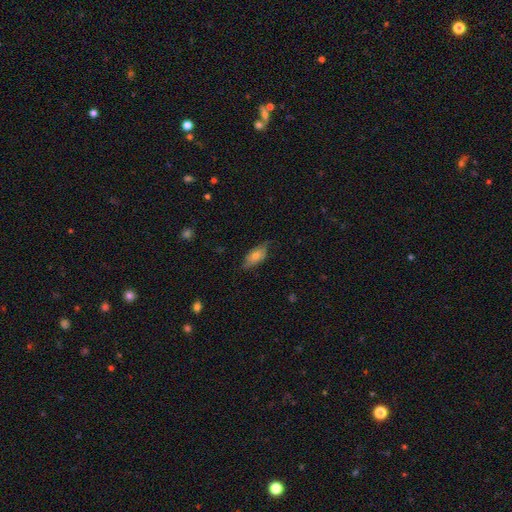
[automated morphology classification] Smooth or featured? smooth (62%)
How rounded? in between (82%)
Merging? none (69%)